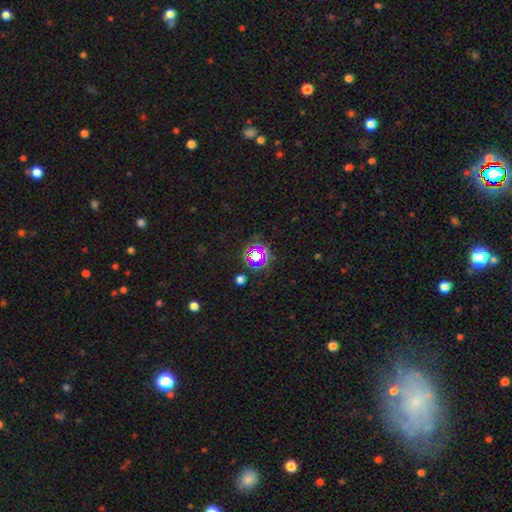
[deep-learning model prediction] The model was most divided on "smooth or featured": star or artifact: 63%, smooth: 25%, featured or disk: 12%.